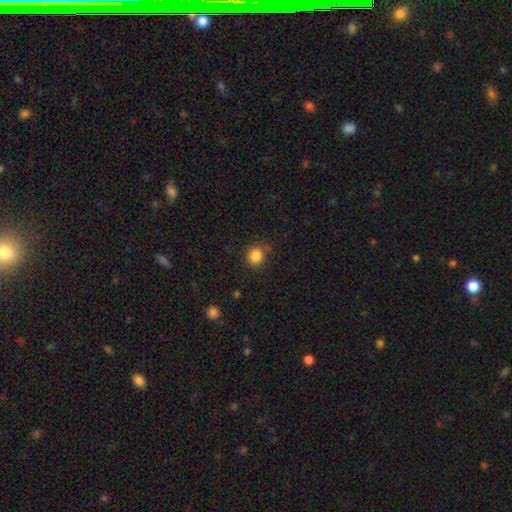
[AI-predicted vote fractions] Smooth or featured? smooth (84%)
How rounded? round (84%)
Merging? none (82%)